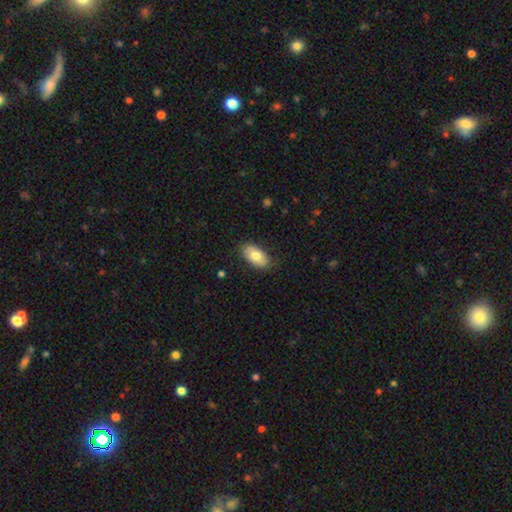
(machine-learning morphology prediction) Smooth or featured: smooth — 76% (featured or disk — 18%)
How rounded: in between — 94% (round — 4%)
Merging: none — 83% (minor disturbance — 13%)